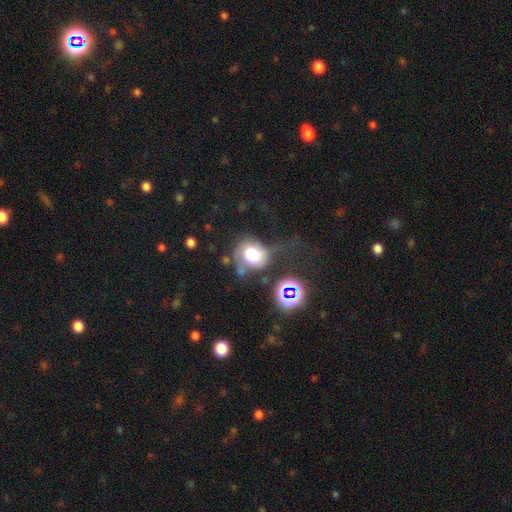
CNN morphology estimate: Smooth or featured: smooth — 64% (featured or disk — 22%)
How rounded: round — 66% (in between — 33%)
Merging: none — 39% (major disturbance — 28%)